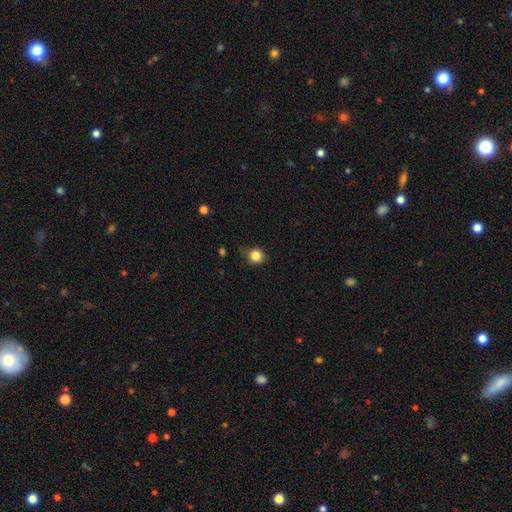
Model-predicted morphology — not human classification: smooth-or-featured: smooth: 85% | star or artifact: 11% | featured or disk: 4%
  how-rounded: round: 90% | in between: 10% | cigar-shaped: 1%
  merging: none: 80% | minor disturbance: 16% | major disturbance: 3% | merger: 1%